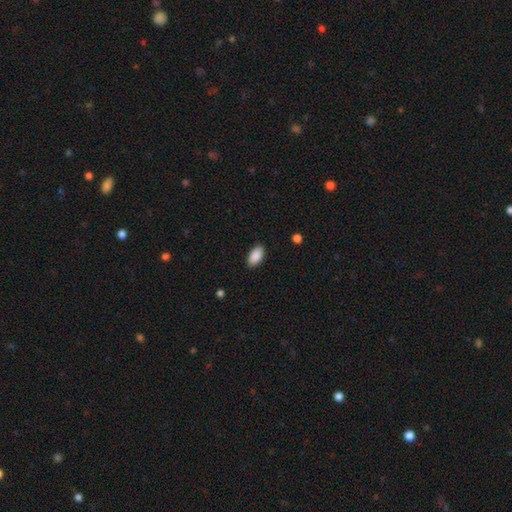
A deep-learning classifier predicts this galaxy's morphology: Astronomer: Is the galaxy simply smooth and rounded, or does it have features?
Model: smooth — 90%.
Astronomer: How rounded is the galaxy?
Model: in between — 95%.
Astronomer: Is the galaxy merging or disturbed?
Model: none — 87%.